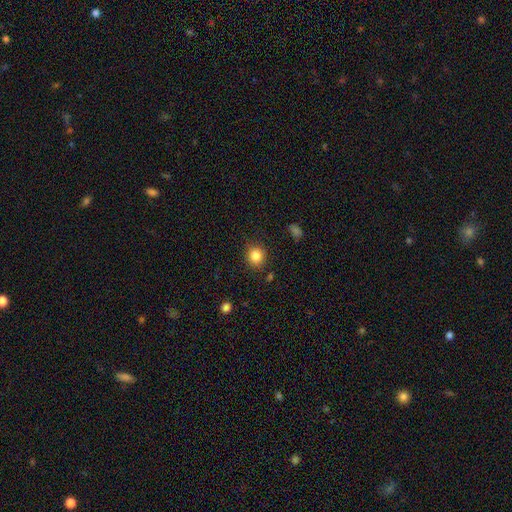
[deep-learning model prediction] A smooth galaxy with no disk features (84%) that is round (86%). Merging: none (87%).